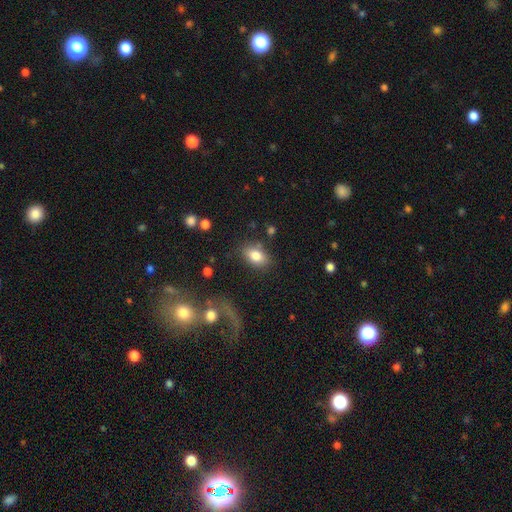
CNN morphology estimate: A smooth galaxy with no disk features (82%) that is in between round and cigar-shaped (85%). Merging: none (78%).